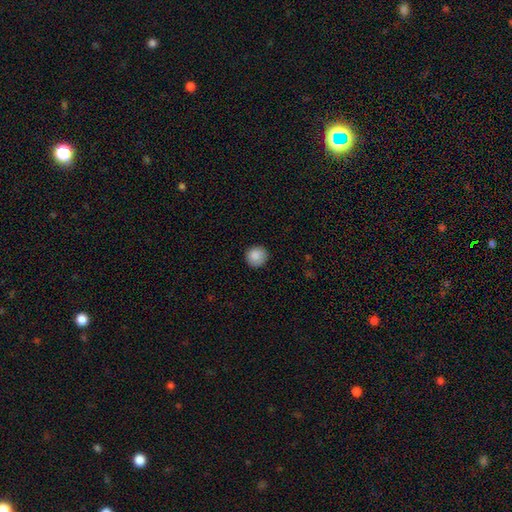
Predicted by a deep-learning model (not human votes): Smooth or featured: smooth — 88% (star or artifact — 9%)
How rounded: round — 92% (in between — 7%)
Merging: none — 89% (minor disturbance — 8%)